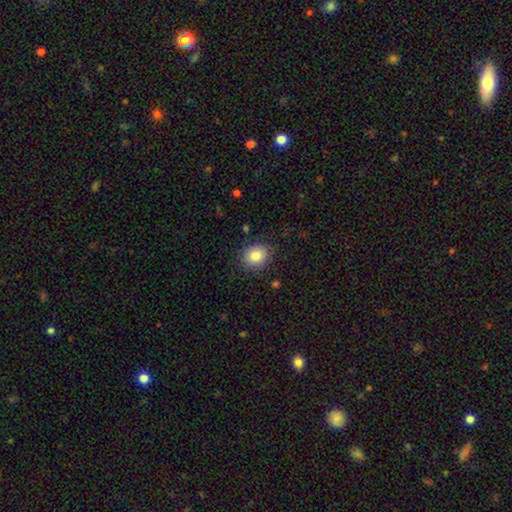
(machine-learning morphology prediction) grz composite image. It shows a smooth galaxy with no disk features (83%) that is round (60%). Merging: none (84%).